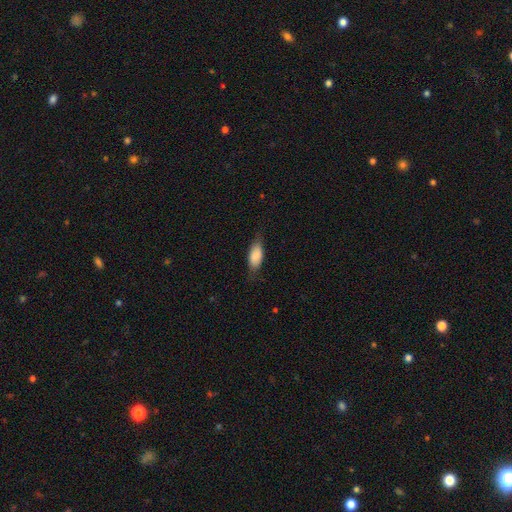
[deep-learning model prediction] A smooth galaxy with no disk features (82%) that is in between round and cigar-shaped (83%).

Vote fractions:
- Smooth or featured? smooth: 82% / featured or disk: 12% / star or artifact: 6%
- How rounded? in between: 83% / cigar-shaped: 14% / round: 3%
- Merging? none: 72% / minor disturbance: 21% / major disturbance: 6% / merger: 1%